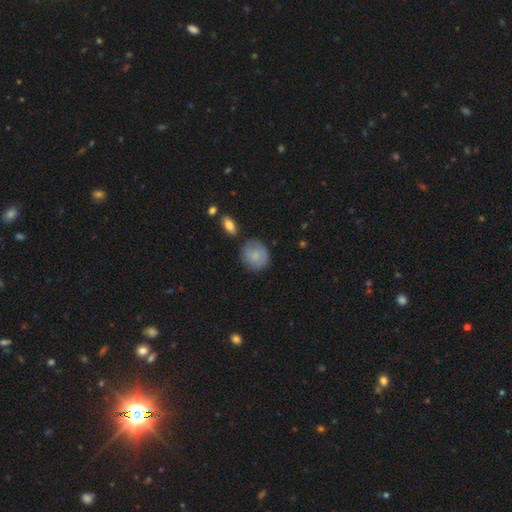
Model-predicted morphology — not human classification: Q: Smooth or featured?
A: smooth (76%); runner-up: featured or disk (18%)
Q: How rounded?
A: round (81%); runner-up: in between (18%)
Q: Merging?
A: none (72%); runner-up: minor disturbance (19%)